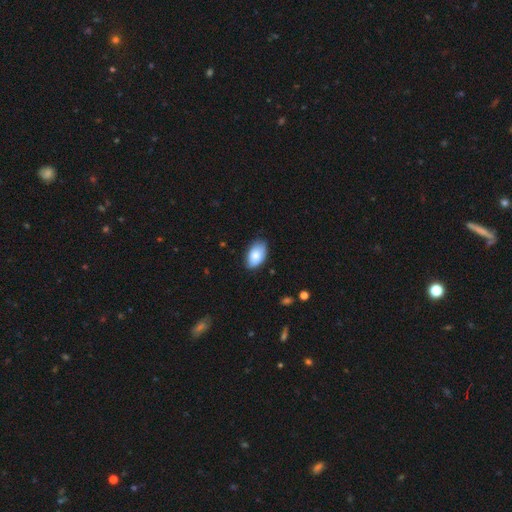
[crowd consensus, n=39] This appears to be a smooth galaxy with no disk features (85%) that is in between round and cigar-shaped (97%). Merging: none (62%).